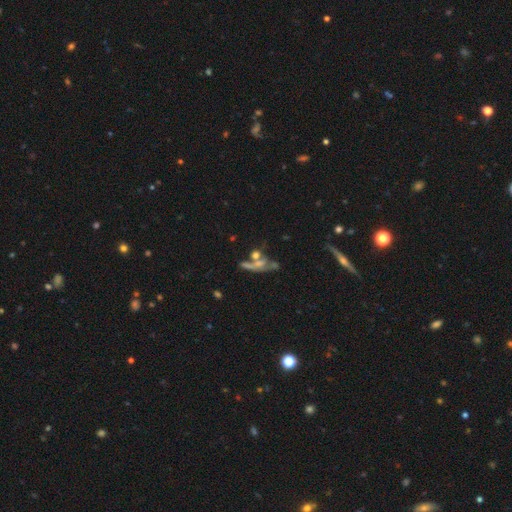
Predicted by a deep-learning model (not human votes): Q: Smooth or featured?
A: featured or disk (52%); runner-up: smooth (29%)
Q: Edge-on disk?
A: yes (53%); runner-up: no (47%)
Q: Merging?
A: none (43%); runner-up: merger (32%)